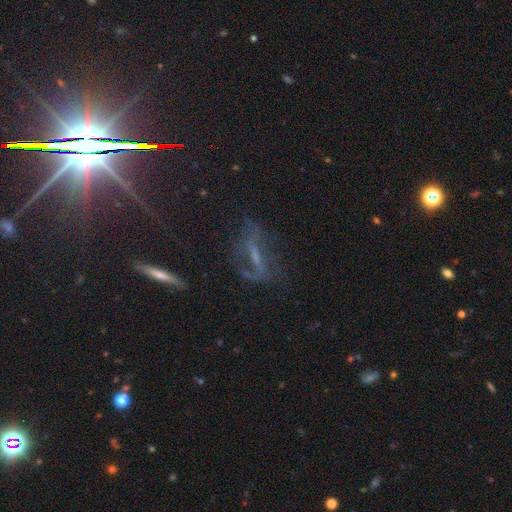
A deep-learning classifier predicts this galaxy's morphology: Smooth or featured?
  - featured or disk: 59% *
  - star or artifact: 26%
  - smooth: 16%
Edge-on disk?
  - no: 69% *
  - yes: 31%
Merging?
  - none: 55% *
  - major disturbance: 21%
  - minor disturbance: 20%
  - merger: 3%